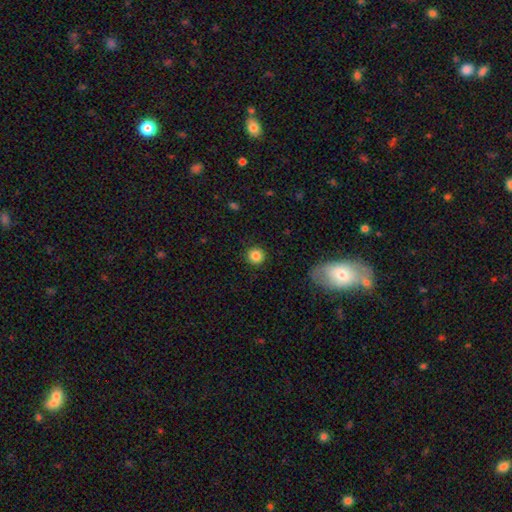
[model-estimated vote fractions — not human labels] A smooth galaxy with no disk features (85%) that is round (95%). Merging: none (92%).